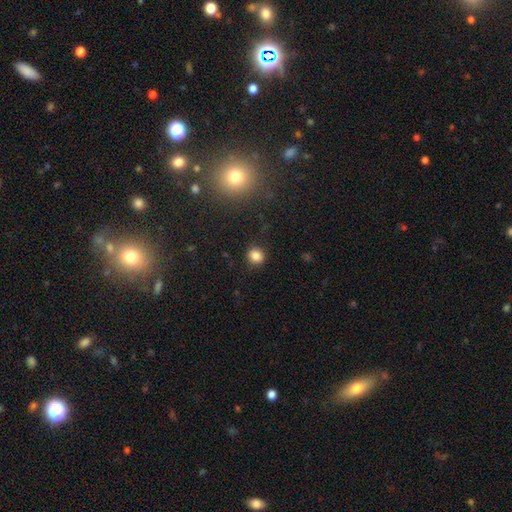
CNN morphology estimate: Overall: smooth (83%). How rounded: round (85%). Merging: none (88%).